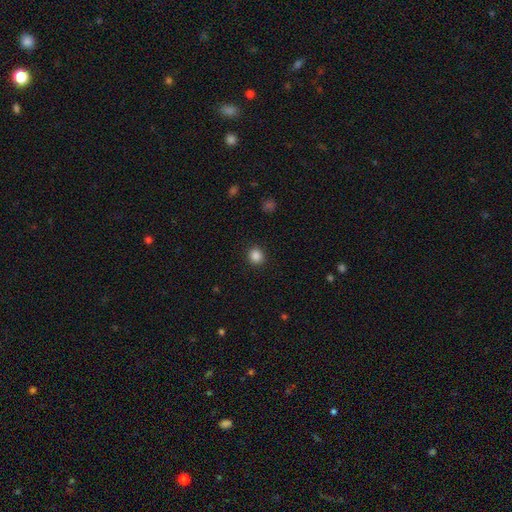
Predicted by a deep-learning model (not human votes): A smooth galaxy with no disk features (86%) that is round (86%).

Vote fractions:
- Smooth or featured? smooth: 86% / star or artifact: 11% / featured or disk: 3%
- How rounded? round: 86% / in between: 13% / cigar-shaped: 1%
- Merging? none: 91% / minor disturbance: 5% / major disturbance: 2% / merger: 1%